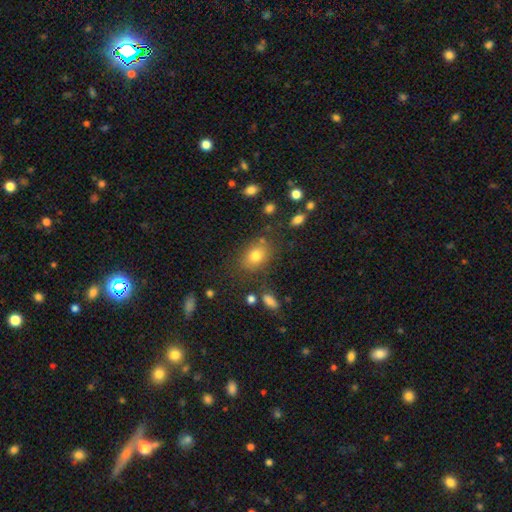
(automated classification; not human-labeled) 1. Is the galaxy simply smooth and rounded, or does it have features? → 77% smooth, 11% star or artifact, 11% featured or disk.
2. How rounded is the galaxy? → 66% in between, 33% round, 1% cigar-shaped.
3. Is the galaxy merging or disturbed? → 74% none, 15% minor disturbance, 6% major disturbance, 5% merger.